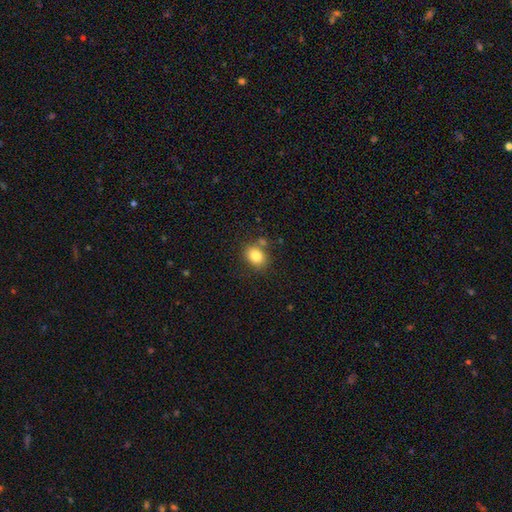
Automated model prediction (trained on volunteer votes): smooth 83%, star or artifact 10%, featured or disk 7%. Down the decision tree: how rounded — in between (50%); merging — none (74%).